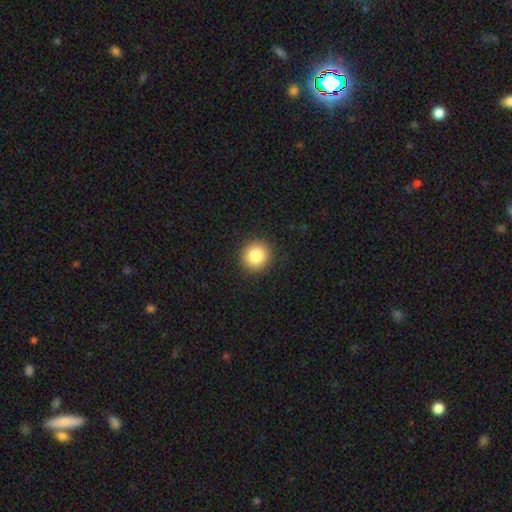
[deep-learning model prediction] This is clearly a smooth galaxy (85%). How rounded: clearly round (93%). Merging: clearly none (92%).